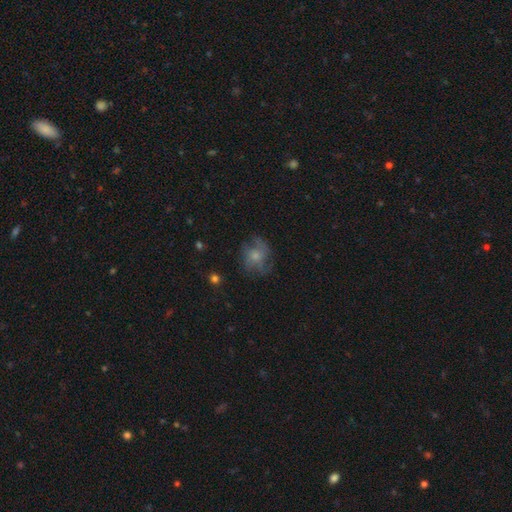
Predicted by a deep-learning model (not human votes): This is marginally a smooth galaxy (45%). Merging: possibly none (57%).